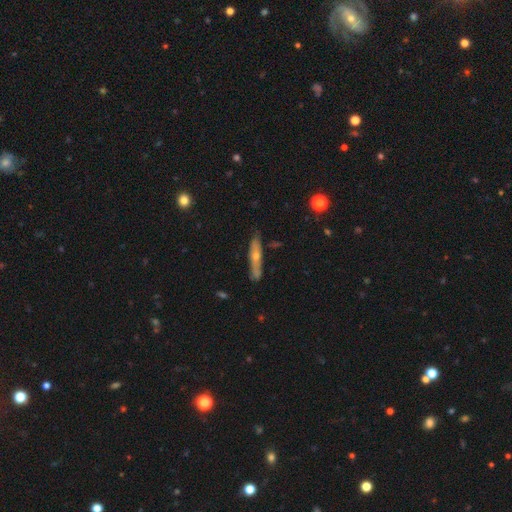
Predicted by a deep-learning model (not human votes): Overall: featured or disk (55%; smooth 38%). Edge-on disk: yes (82%). Merging: none (80%).